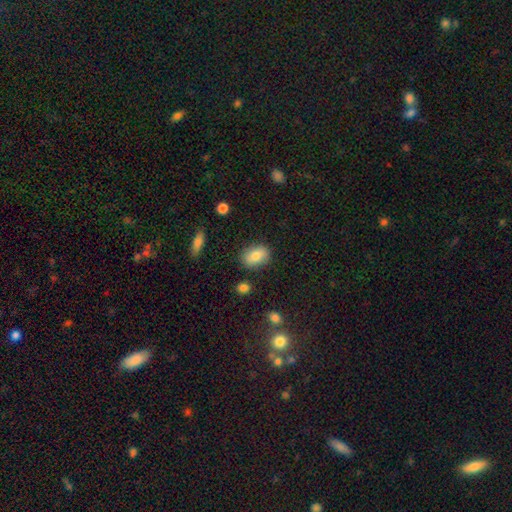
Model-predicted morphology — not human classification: Q: Smooth or featured?
A: smooth (80%); runner-up: featured or disk (12%)
Q: How rounded?
A: in between (75%); runner-up: round (23%)
Q: Merging?
A: none (83%); runner-up: minor disturbance (12%)